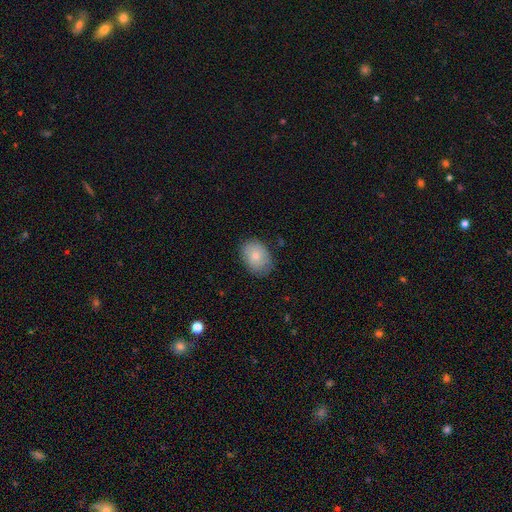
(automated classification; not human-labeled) Overall: smooth (77%). How rounded: in between (76%). Merging: none (76%).